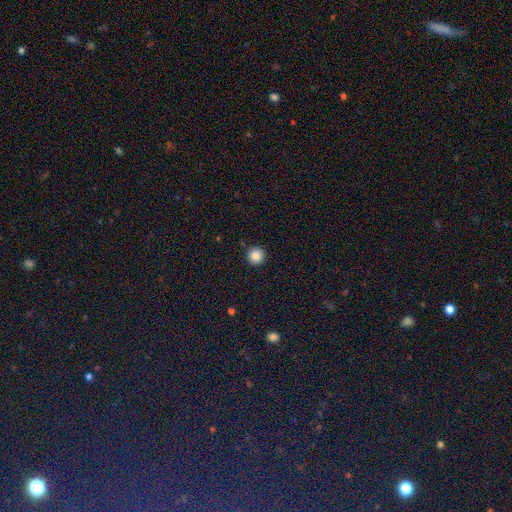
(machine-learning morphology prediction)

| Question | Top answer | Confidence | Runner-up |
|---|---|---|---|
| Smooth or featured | smooth | 86% | star or artifact (10%) |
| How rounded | round | 96% | in between (3%) |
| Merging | none | 92% | minor disturbance (5%) |